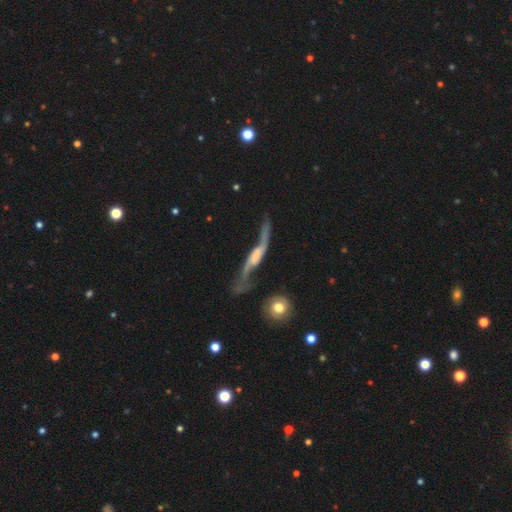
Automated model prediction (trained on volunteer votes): smooth_or_featured: featured or disk (p=0.84) [alt: smooth p=0.11]
disk_edge_on: no (p=0.76) [alt: yes p=0.24]
bar: no (p=0.42) [alt: weak p=0.37]
has_spiral_arms: yes (p=0.93) [alt: no p=0.07]
spiral_winding: loose (p=0.89) [alt: medium p=0.08]
spiral_arm_count: 2 (p=0.92) [alt: 1 p=0.03]
bulge_size: small (p=0.42) [alt: moderate p=0.24]
merging: none (p=0.45) [alt: major disturbance p=0.24]